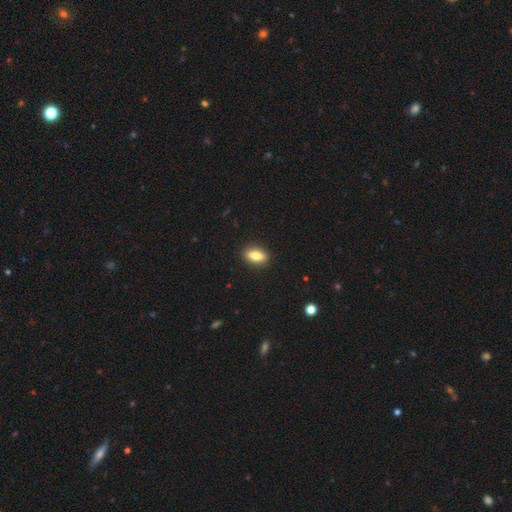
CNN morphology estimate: smooth-or-featured: smooth: 83% | featured or disk: 9% | star or artifact: 8%
  how-rounded: in between: 81% | cigar-shaped: 13% | round: 6%
  merging: none: 89% | minor disturbance: 8% | major disturbance: 2% | merger: 1%